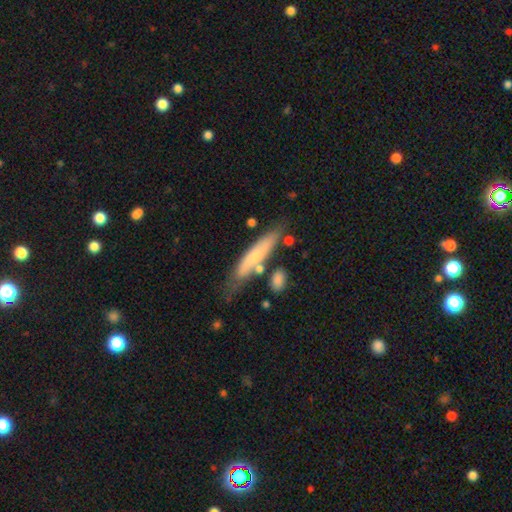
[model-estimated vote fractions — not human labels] This is likely a smooth galaxy (62%). How rounded: likely cigar-shaped (76%). Merging: likely none (61%).